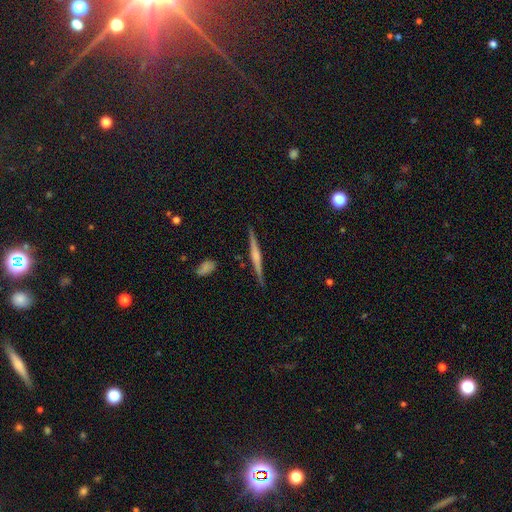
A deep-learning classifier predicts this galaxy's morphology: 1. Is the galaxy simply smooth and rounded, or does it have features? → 69% featured or disk, 25% smooth, 6% star or artifact.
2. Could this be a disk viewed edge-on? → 98% yes, 2% no.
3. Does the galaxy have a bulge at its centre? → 59% rounded, 22% none, 19% boxy.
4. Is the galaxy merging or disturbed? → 89% none, 8% minor disturbance, 2% merger, 2% major disturbance.